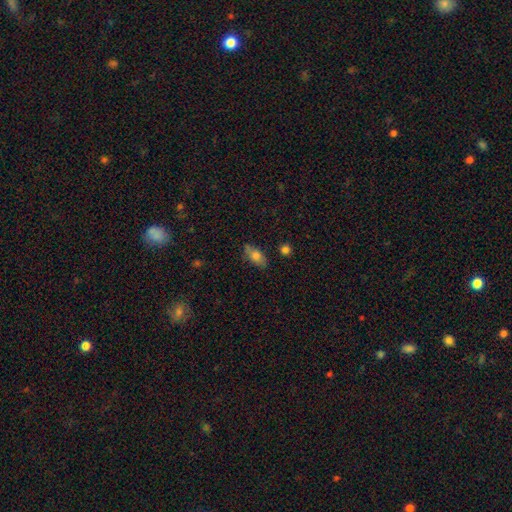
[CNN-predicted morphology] Smooth or featured? smooth (74%)
How rounded? in between (85%)
Merging? none (76%)